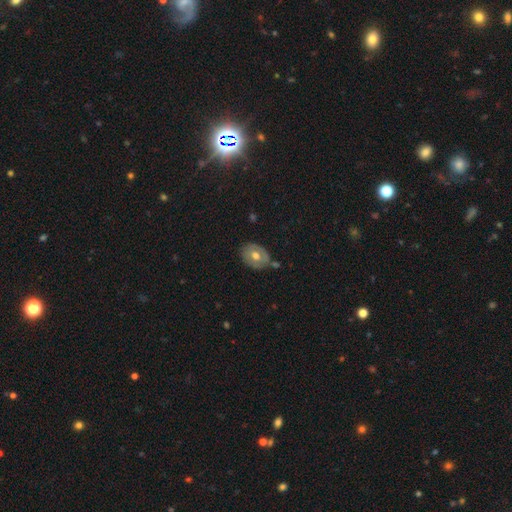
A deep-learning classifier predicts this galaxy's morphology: Smooth or featured? Predicted: smooth (p=0.51). How rounded? Predicted: in between (p=0.67). Merging? Predicted: none (p=0.66).